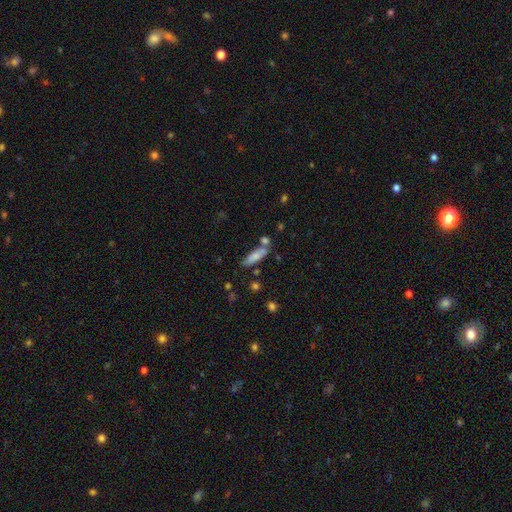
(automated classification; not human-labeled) smooth 73%, featured or disk 20%, star or artifact 7%. Down the decision tree: how rounded — cigar-shaped (54%); merging — none (64%).